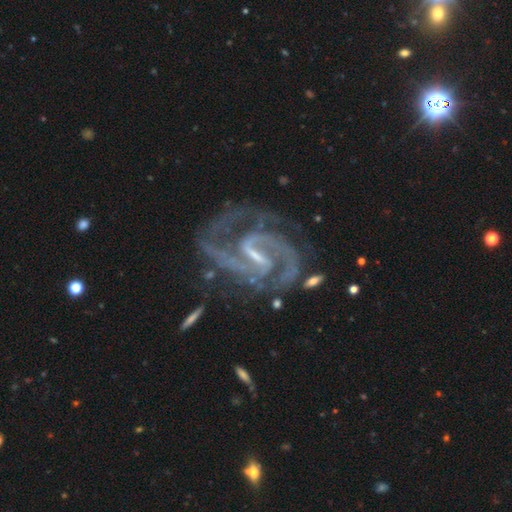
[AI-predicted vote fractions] Smooth or featured? featured or disk (93%)
Edge-on disk? no (98%)
Bar? strong (53%)
Spiral arms? yes (98%)
Spiral winding? medium (56%)
Spiral arm count? 2 (82%)
Bulge size? small (60%)
Merging? none (65%)